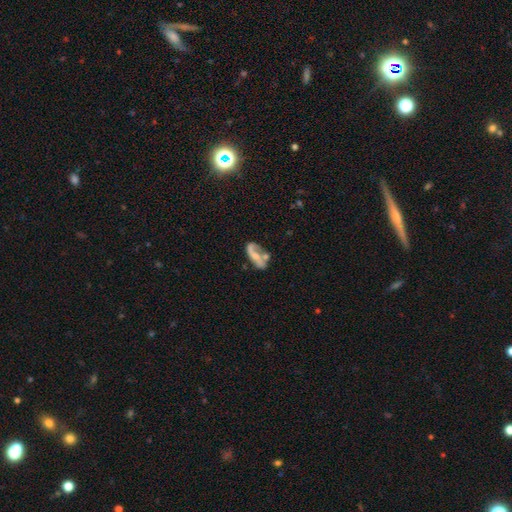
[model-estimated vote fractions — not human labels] featured or disk 61%, smooth 32%, star or artifact 8%. Down the decision tree: edge-on disk — no (92%); bar — no (60%); spiral arms — yes (62%); bulge size — small (36%); merging — none (34%).